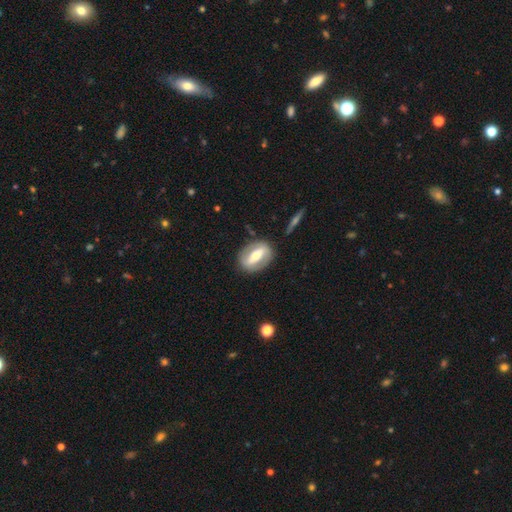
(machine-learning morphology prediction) The model was most divided on "spiral arms": no: 57%, yes: 43%. More confident: edge-on disk — no (83%); merging — none (82%); bar — strong (69%); smooth or featured — featured or disk (63%); bulge size — moderate (62%).